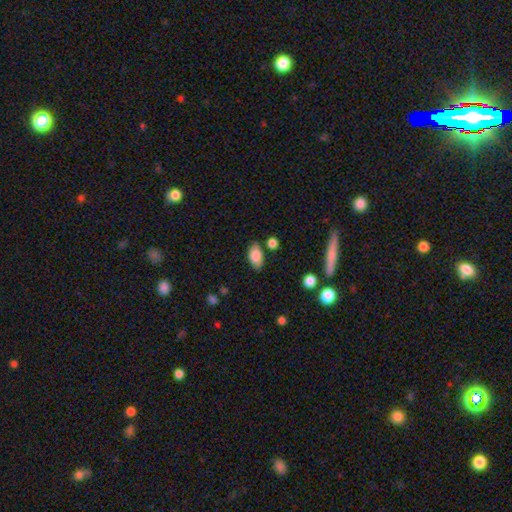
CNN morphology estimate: Smooth or featured?
  - smooth: 84% *
  - featured or disk: 8%
  - star or artifact: 7%
How rounded?
  - in between: 92% *
  - round: 5%
  - cigar-shaped: 3%
Merging?
  - none: 74% *
  - minor disturbance: 16%
  - merger: 6%
  - major disturbance: 4%